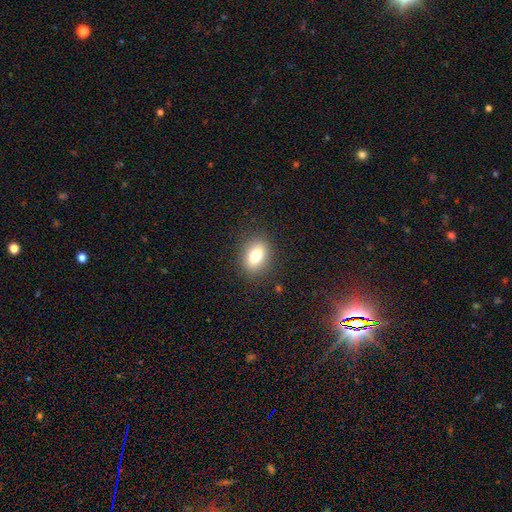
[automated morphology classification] Smooth or featured: smooth — 78% (featured or disk — 13%)
How rounded: in between — 72% (round — 26%)
Merging: none — 86% (minor disturbance — 9%)